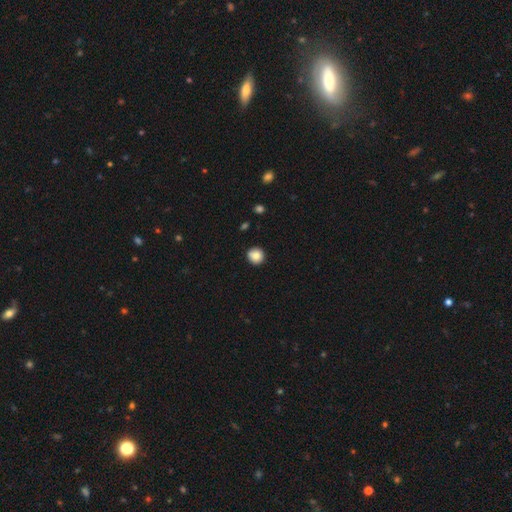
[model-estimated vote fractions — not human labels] The model was most divided on "smooth or featured": smooth: 83%, star or artifact: 9%, featured or disk: 8%. More confident: how rounded — round (93%); merging — none (89%).